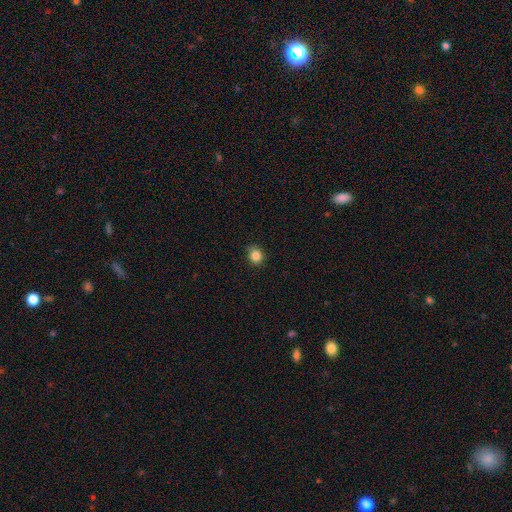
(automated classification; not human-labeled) Morphology: type=smooth (85%); roundness=round (81%); merging=none (81%).